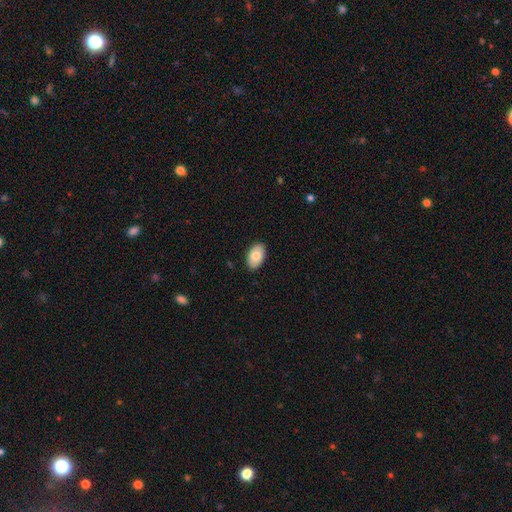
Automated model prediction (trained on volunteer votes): The model was most divided on "smooth or featured": smooth: 79%, featured or disk: 15%, star or artifact: 6%. More confident: how rounded — in between (93%); merging — none (89%).